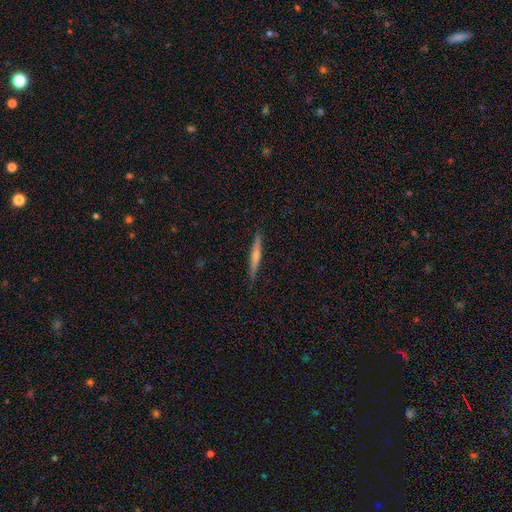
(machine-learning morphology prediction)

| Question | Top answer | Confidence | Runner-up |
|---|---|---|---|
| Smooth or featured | featured or disk | 48% | smooth (46%) |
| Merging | none | 89% | minor disturbance (8%) |